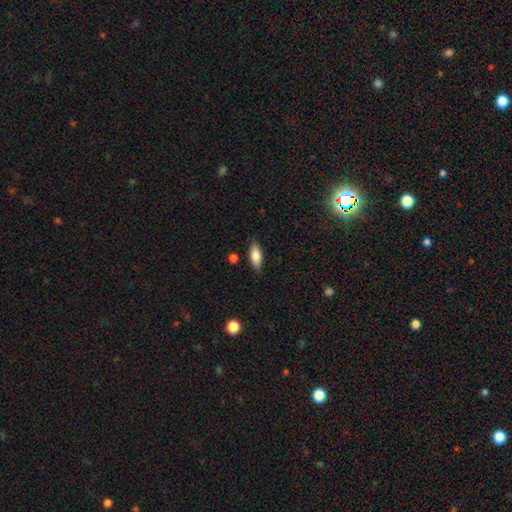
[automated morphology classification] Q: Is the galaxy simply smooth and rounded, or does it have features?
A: smooth — 82%.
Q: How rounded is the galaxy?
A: in between — 77%.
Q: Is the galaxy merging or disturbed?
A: none — 84%.